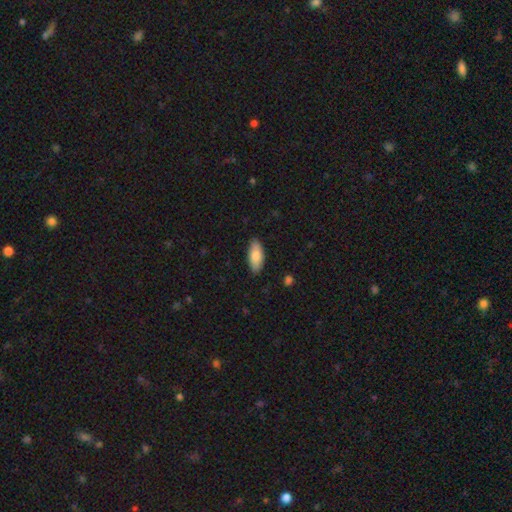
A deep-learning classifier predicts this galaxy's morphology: A smooth galaxy with no disk features (82%) that is in between round and cigar-shaped (83%).

Vote fractions:
- Smooth or featured? smooth: 82% / featured or disk: 12% / star or artifact: 6%
- How rounded? in between: 83% / cigar-shaped: 15% / round: 2%
- Merging? none: 87% / minor disturbance: 10% / major disturbance: 2% / merger: 1%